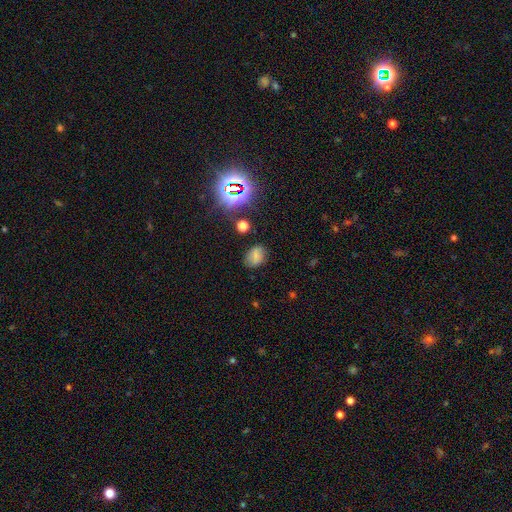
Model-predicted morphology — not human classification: Smooth or featured: smooth — 65% (star or artifact — 18%)
How rounded: in between — 70% (round — 29%)
Merging: none — 75% (minor disturbance — 17%)